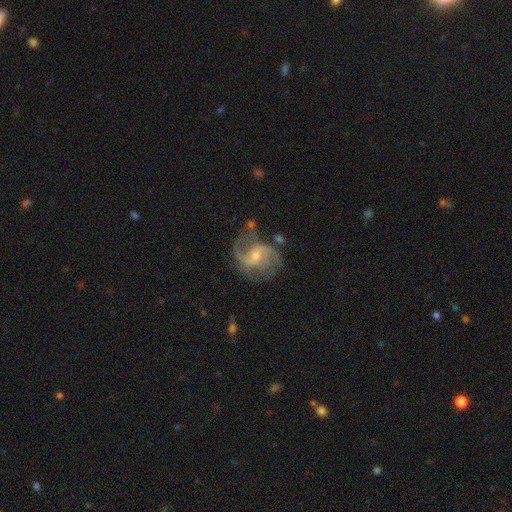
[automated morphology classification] featured or disk 88%, smooth 7%, star or artifact 6%. Down the decision tree: edge-on disk — no (98%); bar — no (51%); spiral arms — yes (96%); spiral arm count — 2 (69%); spiral winding — medium (51%); bulge size — small (60%); merging — none (55%).